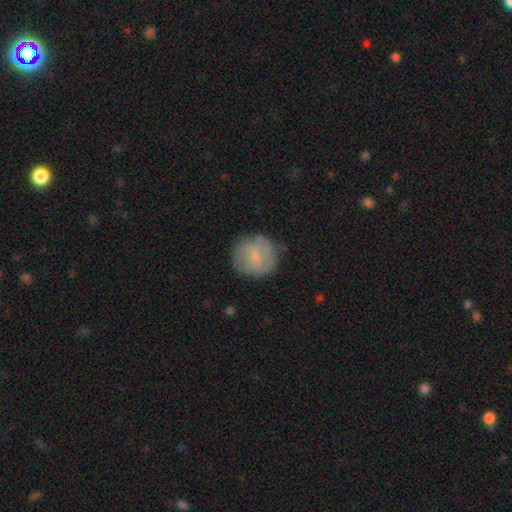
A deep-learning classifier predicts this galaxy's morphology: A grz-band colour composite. It shows a smooth galaxy with no disk features (58%) that is round (90%). Merging: none (72%).